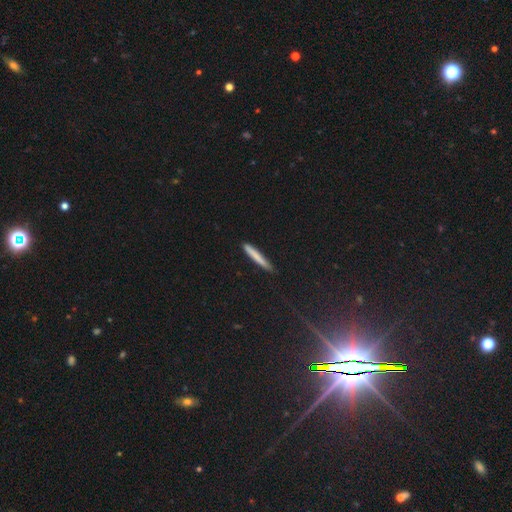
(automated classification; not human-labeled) Smooth or featured? smooth (75%)
How rounded? cigar-shaped (96%)
Merging? none (89%)